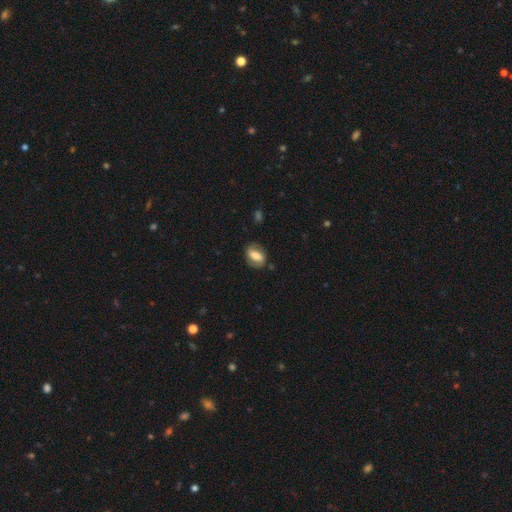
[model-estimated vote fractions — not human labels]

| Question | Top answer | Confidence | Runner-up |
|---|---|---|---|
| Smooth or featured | smooth | 49% | featured or disk (44%) |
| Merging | none | 74% | minor disturbance (17%) |